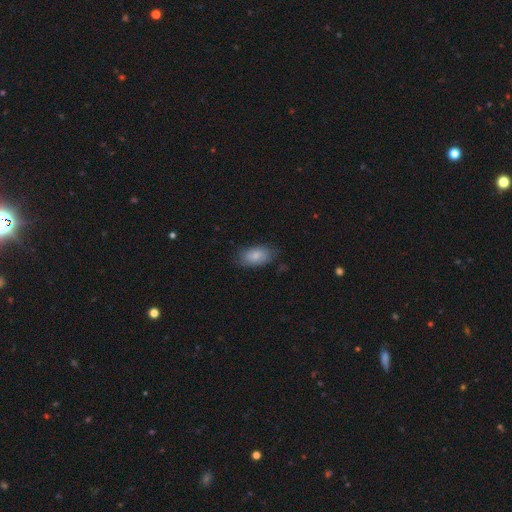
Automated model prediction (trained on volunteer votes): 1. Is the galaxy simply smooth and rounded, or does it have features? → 76% smooth, 18% featured or disk, 7% star or artifact.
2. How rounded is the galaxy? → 92% in between, 5% round, 2% cigar-shaped.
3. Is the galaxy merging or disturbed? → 70% none, 22% minor disturbance, 6% major disturbance, 1% merger.